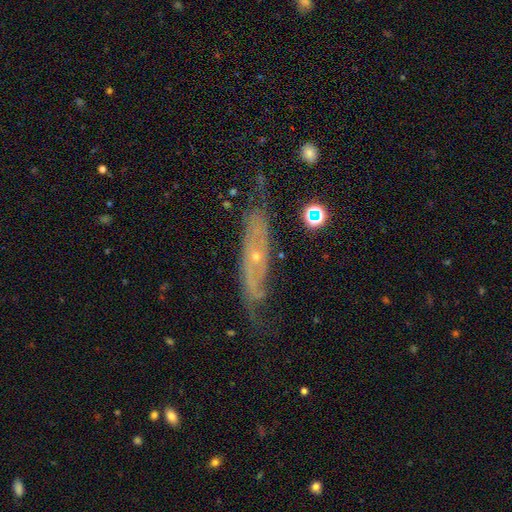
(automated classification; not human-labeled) Smooth or featured: featured or disk — 77% (smooth — 15%)
Edge-on disk: no — 68% (yes — 32%)
Bar: no — 75% (weak — 19%)
Spiral arms: yes — 81% (no — 19%)
Bulge size: small — 76% (moderate — 21%)
Merging: none — 60% (minor disturbance — 26%)